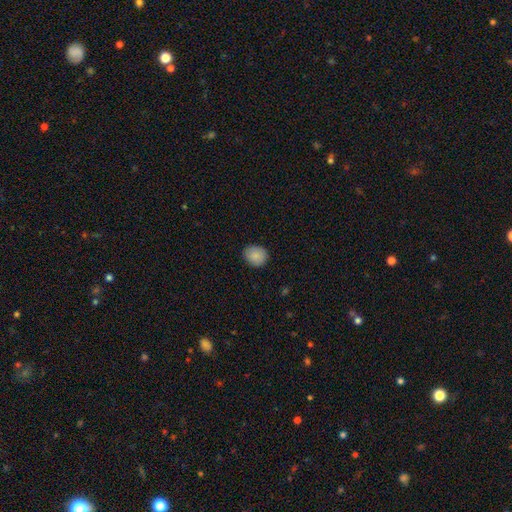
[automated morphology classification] smooth 87%, star or artifact 8%, featured or disk 5%. Down the decision tree: how rounded — round (66%); merging — none (88%).